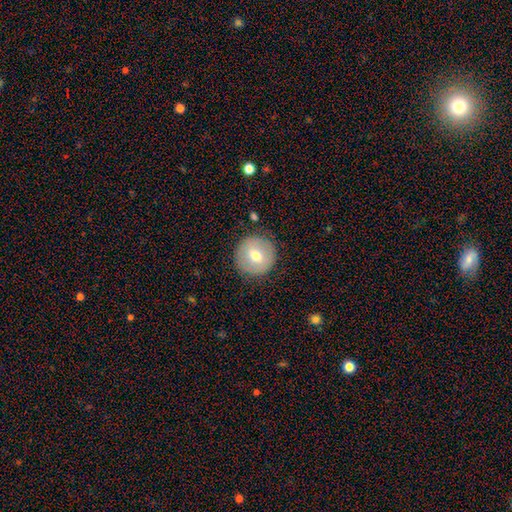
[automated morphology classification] smooth-or-featured: smooth: 66% | featured or disk: 27% | star or artifact: 7%
  how-rounded: round: 95% | in between: 4% | cigar-shaped: 1%
  merging: none: 88% | minor disturbance: 8% | major disturbance: 3% | merger: 1%